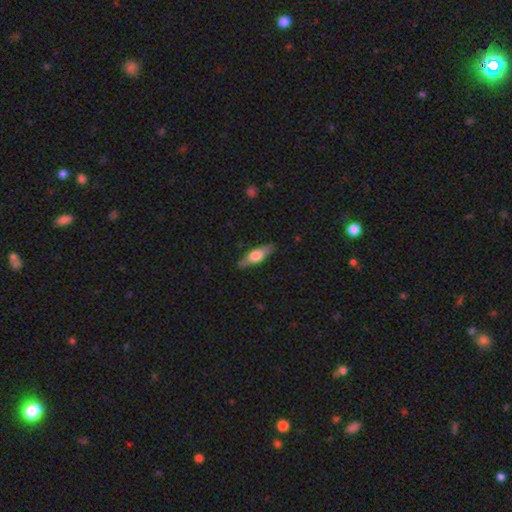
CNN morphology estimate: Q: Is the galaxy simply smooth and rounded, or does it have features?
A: smooth — 52%.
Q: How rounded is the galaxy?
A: cigar-shaped — 51%.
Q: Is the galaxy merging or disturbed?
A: none — 86%.